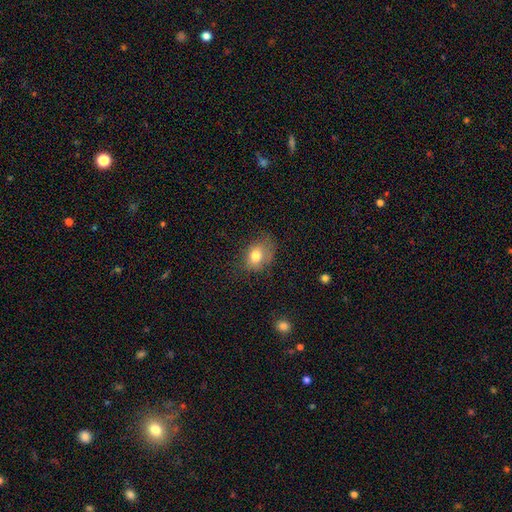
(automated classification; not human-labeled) Smooth or featured? Predicted: smooth (p=0.77). How rounded? Predicted: in between (p=0.65). Merging? Predicted: none (p=0.51).